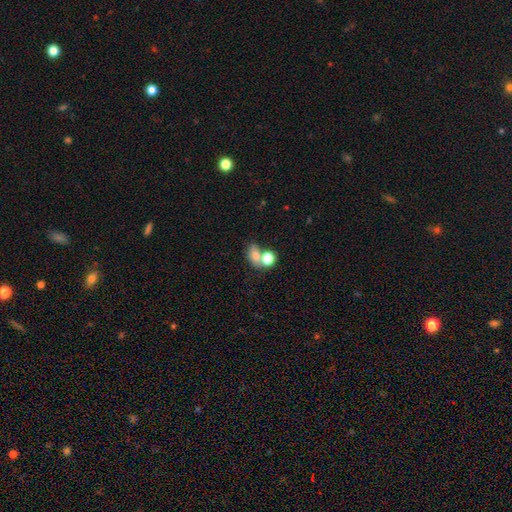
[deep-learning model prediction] Smooth or featured? Predicted: smooth (p=0.72). How rounded? Predicted: in between (p=0.59). Merging? Predicted: merger (p=0.51).